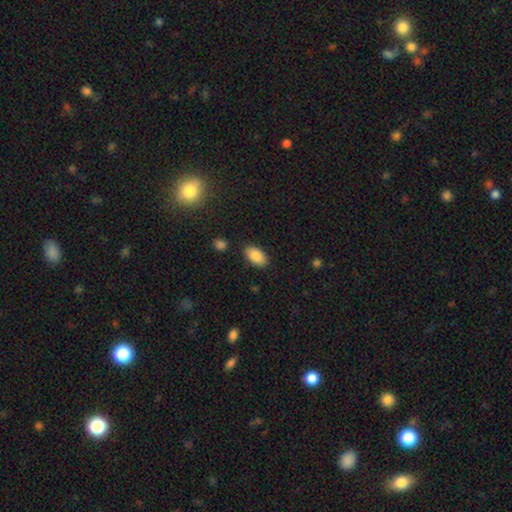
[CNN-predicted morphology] Overall: smooth (87%). How rounded: in between (94%). Merging: none (85%).